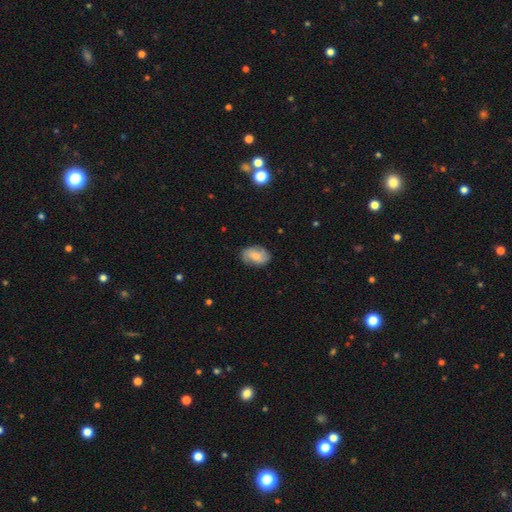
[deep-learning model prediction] Smooth or featured?
  - smooth: 52% *
  - featured or disk: 40%
  - star or artifact: 8%
How rounded?
  - in between: 84% *
  - round: 15%
  - cigar-shaped: 2%
Merging?
  - none: 79% *
  - minor disturbance: 16%
  - major disturbance: 4%
  - merger: 1%